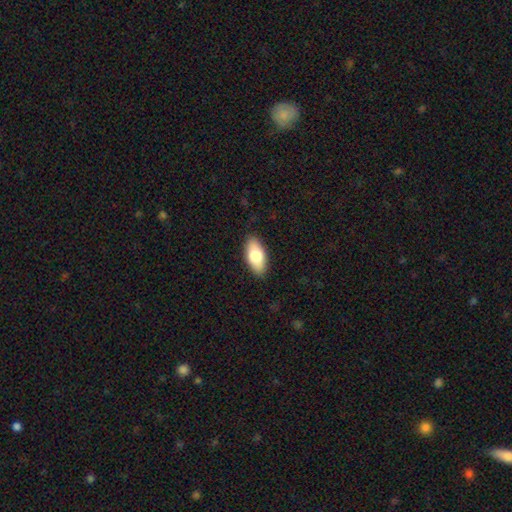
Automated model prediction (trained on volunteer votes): Overall: smooth (77%). How rounded: in between (90%). Merging: none (88%).